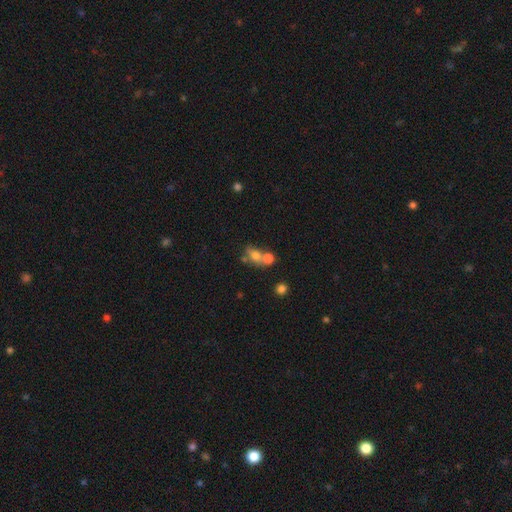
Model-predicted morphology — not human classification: Smooth or featured?
  - smooth: 69% *
  - featured or disk: 17%
  - star or artifact: 14%
How rounded?
  - in between: 50% *
  - round: 47%
  - cigar-shaped: 2%
Merging?
  - merger: 53% *
  - none: 31%
  - minor disturbance: 10%
  - major disturbance: 7%